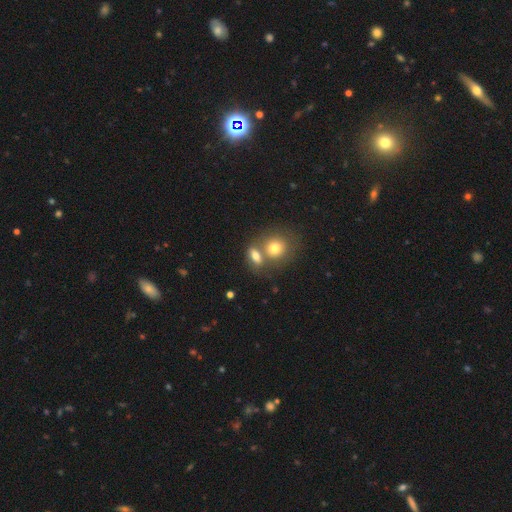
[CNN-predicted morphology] This is likely a smooth galaxy (73%). How rounded: likely in between (66%). Merging: possibly merger (51%).